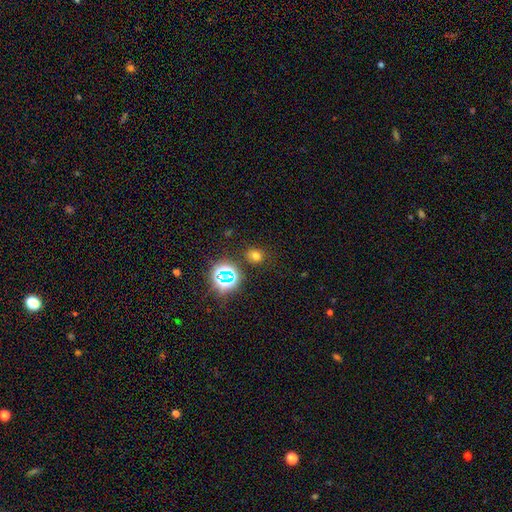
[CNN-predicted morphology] smooth_or_featured: smooth (p=0.65) [alt: star or artifact p=0.27]
how_rounded: round (p=0.68) [alt: in between p=0.31]
merging: none (p=0.83) [alt: minor disturbance p=0.10]